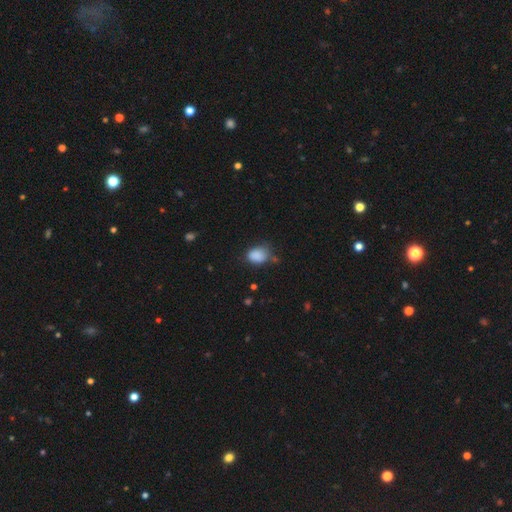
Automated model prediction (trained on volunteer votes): A smooth galaxy with no disk features (86%) that is in between round and cigar-shaped (61%).

Vote fractions:
- Smooth or featured? smooth: 86% / star or artifact: 9% / featured or disk: 4%
- How rounded? in between: 61% / round: 38% / cigar-shaped: 1%
- Merging? none: 60% / minor disturbance: 28% / major disturbance: 7% / merger: 4%